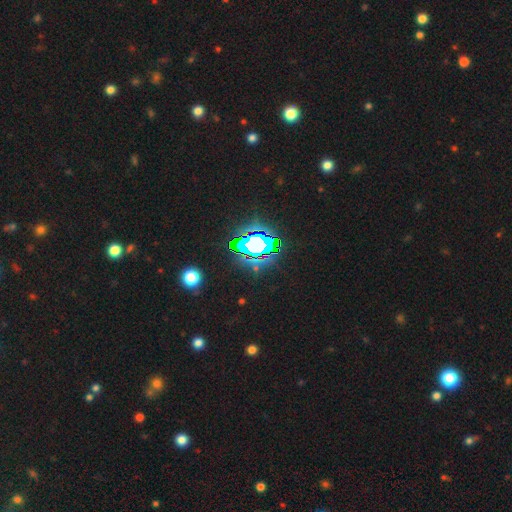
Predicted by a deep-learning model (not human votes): smooth-or-featured: star or artifact: 83% | smooth: 11% | featured or disk: 6%